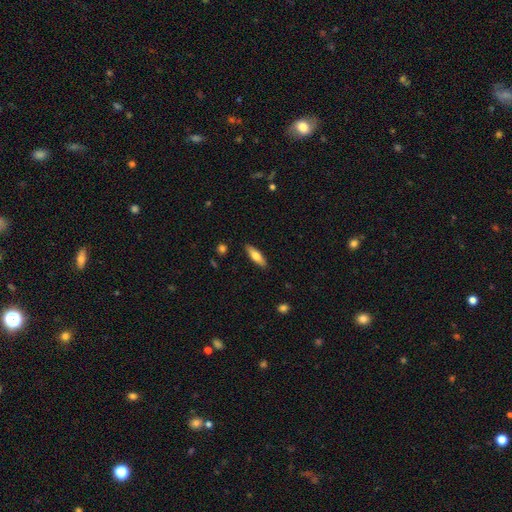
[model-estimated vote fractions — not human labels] Q: Smooth or featured?
A: smooth (70%); runner-up: featured or disk (24%)
Q: How rounded?
A: cigar-shaped (51%); runner-up: in between (47%)
Q: Merging?
A: none (88%); runner-up: minor disturbance (9%)